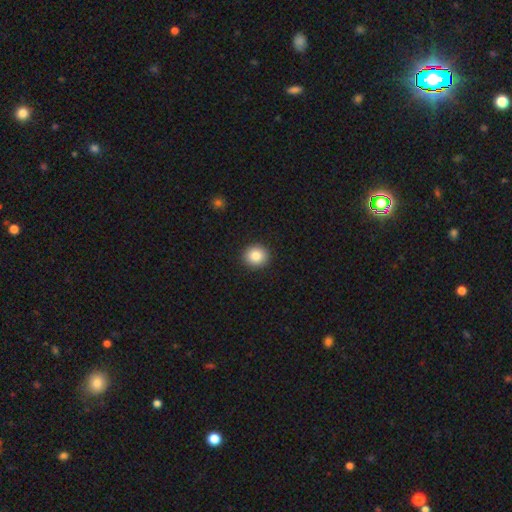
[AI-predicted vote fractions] smooth 85%, star or artifact 9%, featured or disk 6%. Down the decision tree: how rounded — round (86%); merging — none (92%).